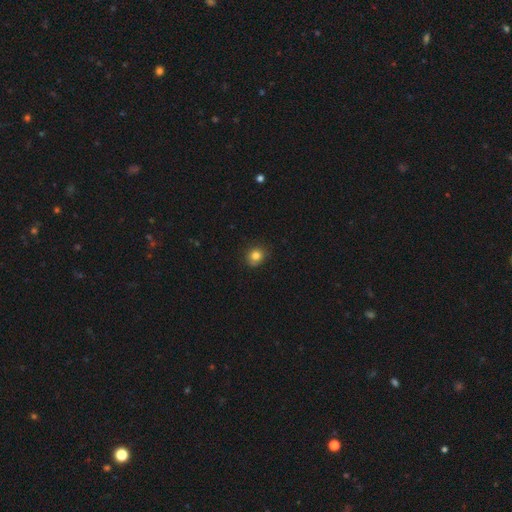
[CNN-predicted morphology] type=smooth (82%); roundness=round (80%); merging=none (85%).